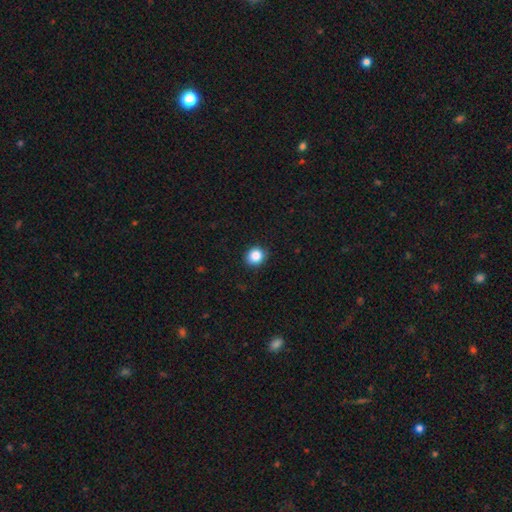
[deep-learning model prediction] This appears to be a smooth galaxy with no disk features (87%) that is round (84%). Merging: none (88%).